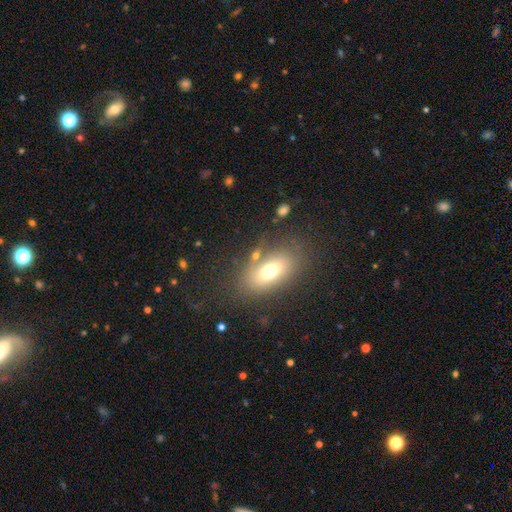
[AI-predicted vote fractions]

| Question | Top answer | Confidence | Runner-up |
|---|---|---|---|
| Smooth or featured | smooth | 69% | featured or disk (20%) |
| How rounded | in between | 82% | round (12%) |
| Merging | none | 72% | minor disturbance (14%) |